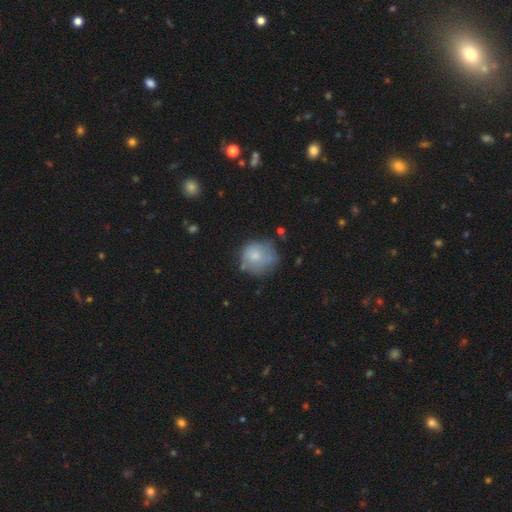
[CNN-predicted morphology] smooth_or_featured: smooth (p=0.68) [alt: featured or disk p=0.24]
how_rounded: round (p=0.78) [alt: in between p=0.21]
merging: none (p=0.51) [alt: minor disturbance p=0.31]